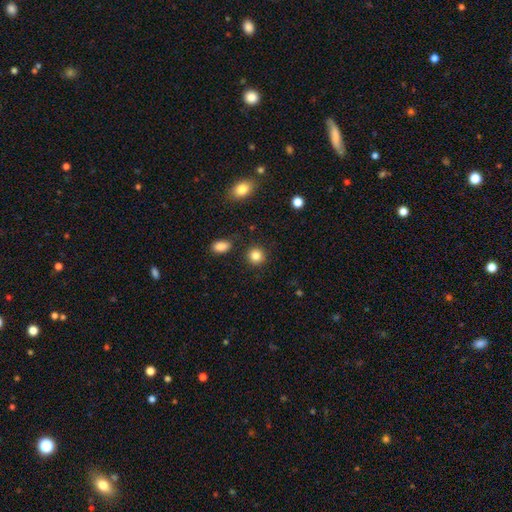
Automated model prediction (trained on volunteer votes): Smooth or featured? Predicted: smooth (p=0.85). How rounded? Predicted: round (p=0.90). Merging? Predicted: none (p=0.89).